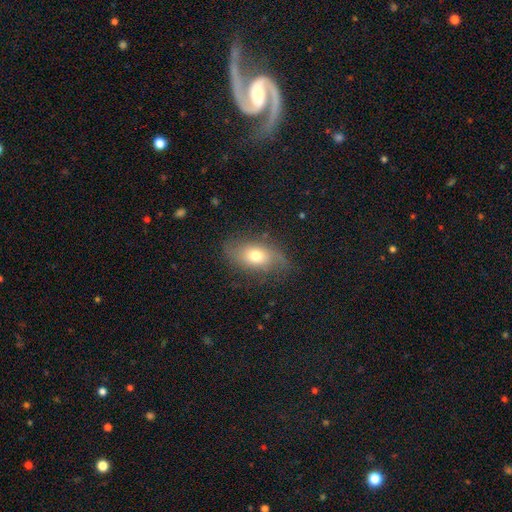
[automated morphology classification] This is possibly a smooth galaxy (55%). How rounded: clearly in between (82%). Merging: likely none (69%).